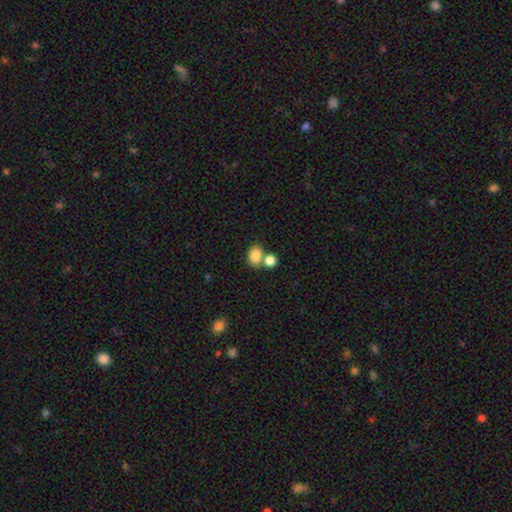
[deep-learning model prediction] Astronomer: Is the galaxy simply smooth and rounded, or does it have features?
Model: smooth — 84%.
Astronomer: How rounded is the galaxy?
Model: in between — 61% (runner-up: round, 38%).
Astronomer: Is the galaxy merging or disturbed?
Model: none — 47% (runner-up: merger, 40%).